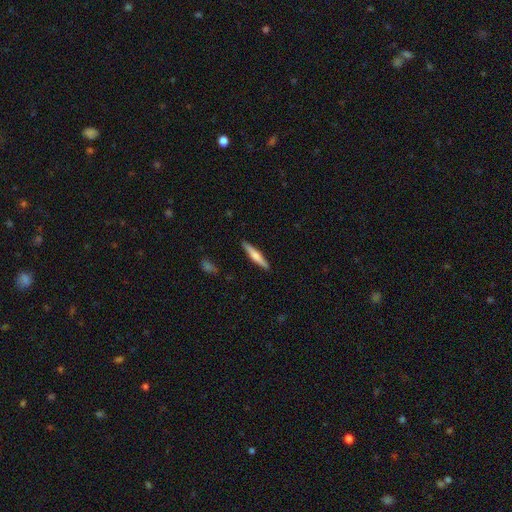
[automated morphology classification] smooth-or-featured: smooth: 51% | featured or disk: 43% | star or artifact: 5%
  how-rounded: cigar-shaped: 91% | in between: 7% | round: 2%
  merging: none: 91% | minor disturbance: 7% | major disturbance: 1% | merger: 1%